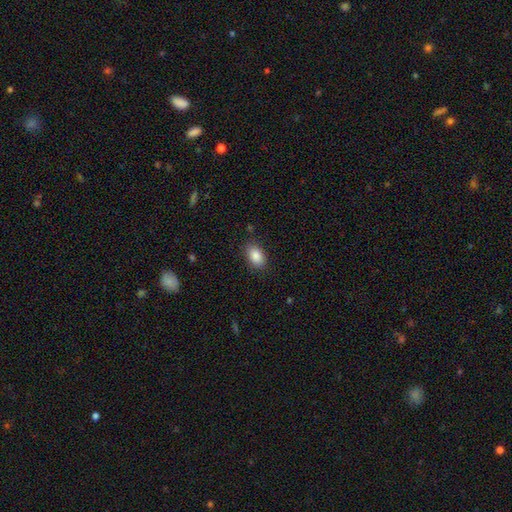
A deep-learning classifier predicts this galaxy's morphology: Q: Smooth or featured?
A: smooth (87%); runner-up: star or artifact (8%)
Q: How rounded?
A: in between (89%); runner-up: round (10%)
Q: Merging?
A: none (85%); runner-up: minor disturbance (11%)